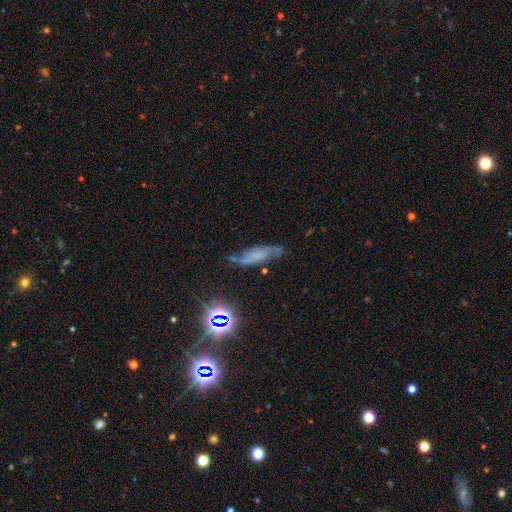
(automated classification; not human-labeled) Smooth or featured?
  - featured or disk: 46% *
  - smooth: 34%
  - star or artifact: 20%
Merging?
  - none: 58% *
  - minor disturbance: 26%
  - major disturbance: 11%
  - merger: 5%